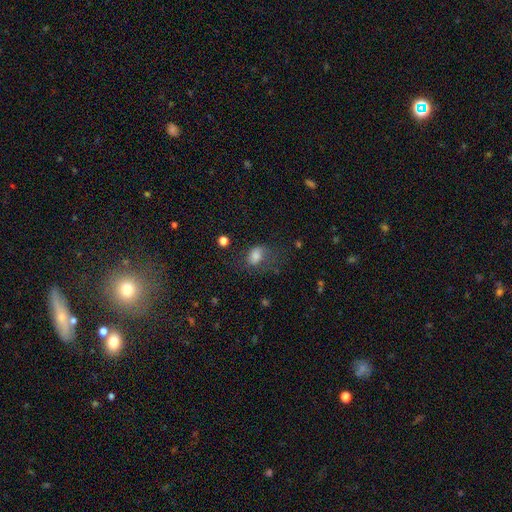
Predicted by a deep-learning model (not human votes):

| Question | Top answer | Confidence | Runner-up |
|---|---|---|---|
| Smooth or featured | smooth | 72% | featured or disk (15%) |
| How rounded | in between | 72% | round (26%) |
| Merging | none | 42% | major disturbance (29%) |